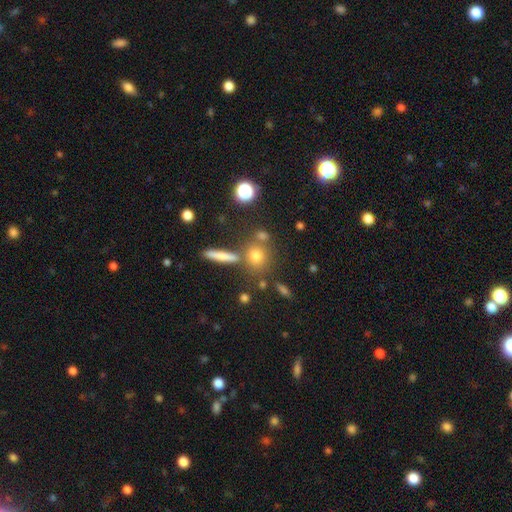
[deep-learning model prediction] A smooth galaxy with no disk features (68%) that is round (74%). Merging: none (68%).